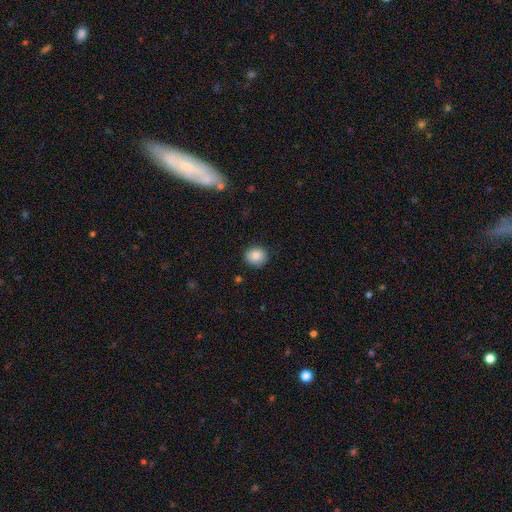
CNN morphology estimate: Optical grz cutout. It shows a smooth galaxy with no disk features (86%) that is round (82%). Merging: none (88%).